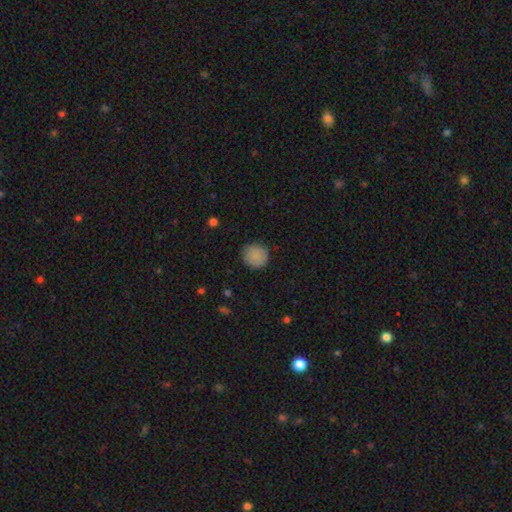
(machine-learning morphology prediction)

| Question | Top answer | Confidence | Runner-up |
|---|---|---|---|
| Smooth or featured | smooth | 88% | star or artifact (9%) |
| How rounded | round | 93% | in between (6%) |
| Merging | none | 89% | minor disturbance (8%) |